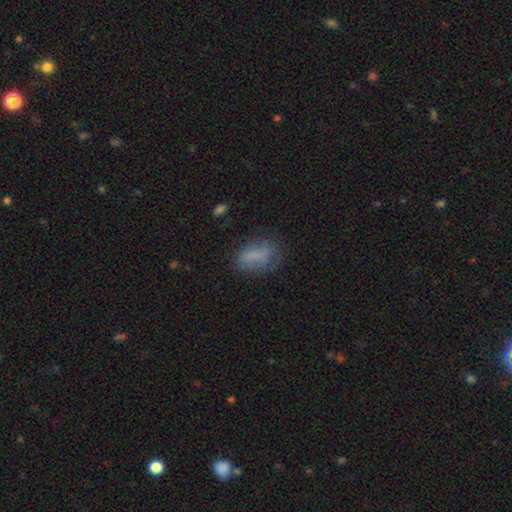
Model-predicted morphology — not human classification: Smooth or featured: smooth — 72% (featured or disk — 17%)
How rounded: in between — 81% (round — 11%)
Merging: none — 61% (minor disturbance — 24%)